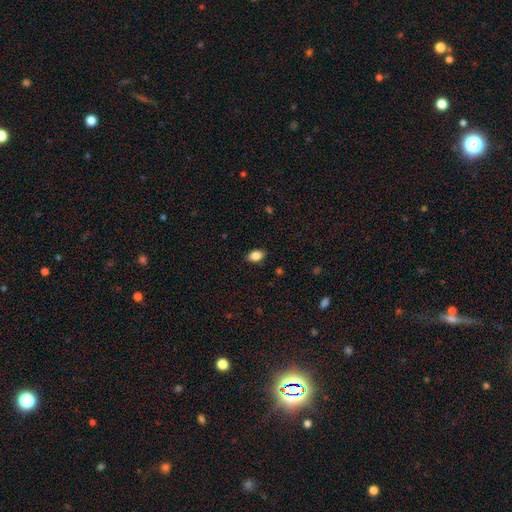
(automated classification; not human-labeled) A smooth galaxy with no disk features (86%) that is in between round and cigar-shaped (87%).

Vote fractions:
- Smooth or featured? smooth: 86% / star or artifact: 9% / featured or disk: 6%
- How rounded? in between: 87% / round: 11% / cigar-shaped: 2%
- Merging? none: 87% / minor disturbance: 10% / major disturbance: 2% / merger: 1%